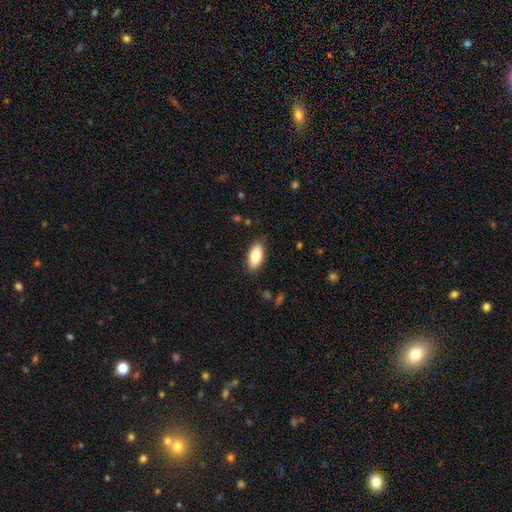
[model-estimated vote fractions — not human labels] smooth_or_featured: smooth (p=0.80) [alt: featured or disk p=0.14]
how_rounded: in between (p=0.89) [alt: cigar-shaped p=0.08]
merging: none (p=0.86) [alt: minor disturbance p=0.10]